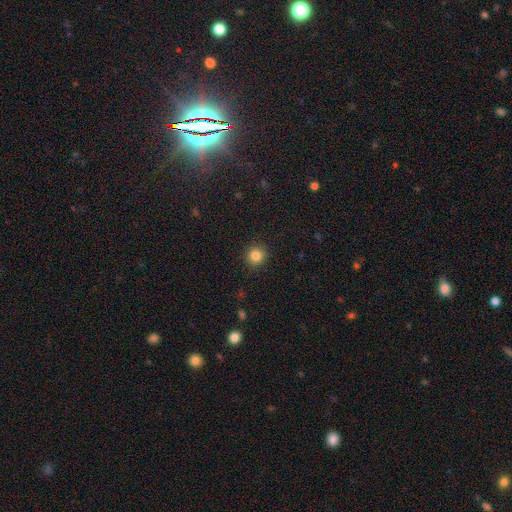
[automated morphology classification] smooth_or_featured: smooth (p=0.84) [alt: star or artifact p=0.11]
how_rounded: round (p=0.93) [alt: in between p=0.06]
merging: none (p=0.92) [alt: minor disturbance p=0.05]